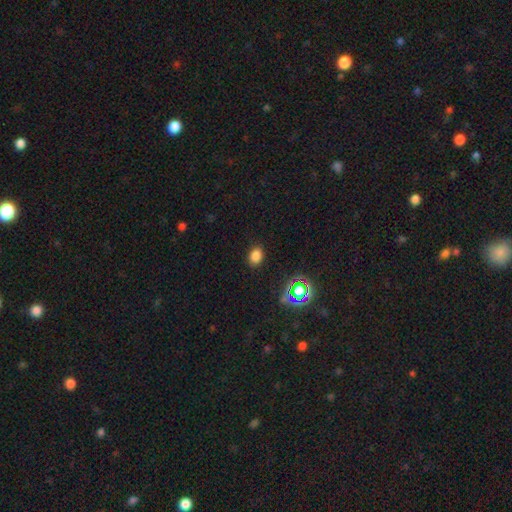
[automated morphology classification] Smooth or featured? smooth (78%)
How rounded? in between (67%)
Merging? none (87%)